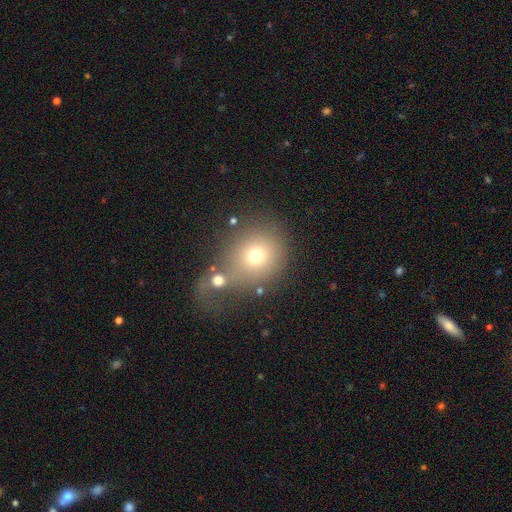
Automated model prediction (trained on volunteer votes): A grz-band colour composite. It shows a smooth galaxy with no disk features (70%) that is round (80%). Merging: none (46%).